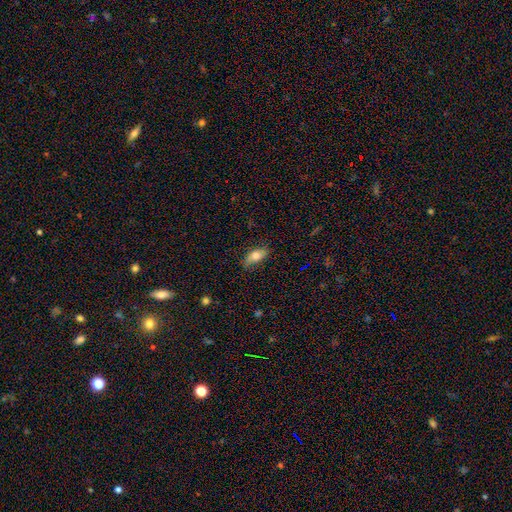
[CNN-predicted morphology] Smooth or featured? Predicted: smooth (p=0.75). How rounded? Predicted: in between (p=0.85). Merging? Predicted: none (p=0.73).